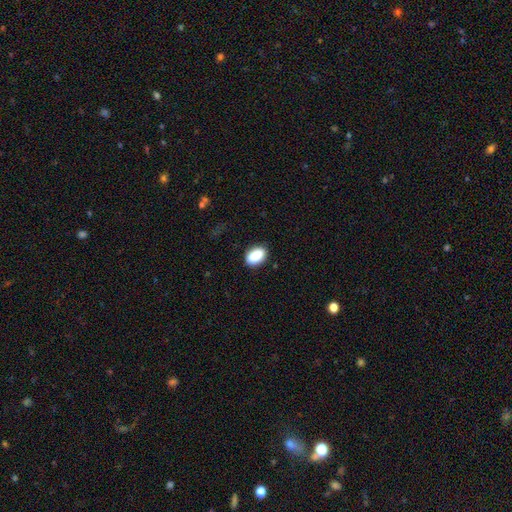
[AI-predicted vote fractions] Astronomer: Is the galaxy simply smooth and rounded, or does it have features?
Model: smooth — 88%.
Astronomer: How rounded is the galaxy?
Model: in between — 90%.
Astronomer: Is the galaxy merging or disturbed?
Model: none — 86%.